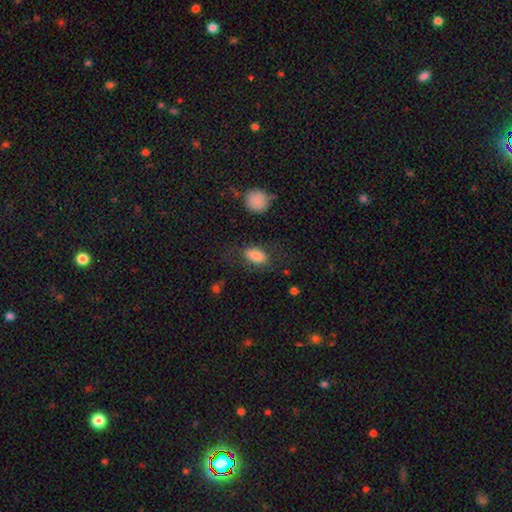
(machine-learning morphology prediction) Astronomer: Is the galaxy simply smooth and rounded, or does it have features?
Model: smooth — 83%.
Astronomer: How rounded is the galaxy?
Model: in between — 91%.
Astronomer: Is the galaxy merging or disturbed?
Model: none — 69%.